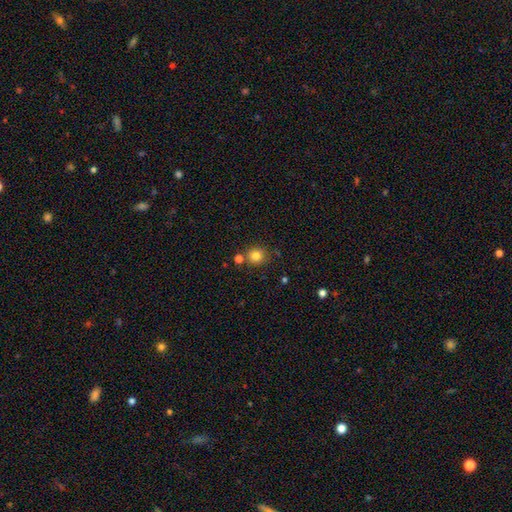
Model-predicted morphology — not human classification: type=smooth (82%); roundness=round (88%); merging=none (77%).